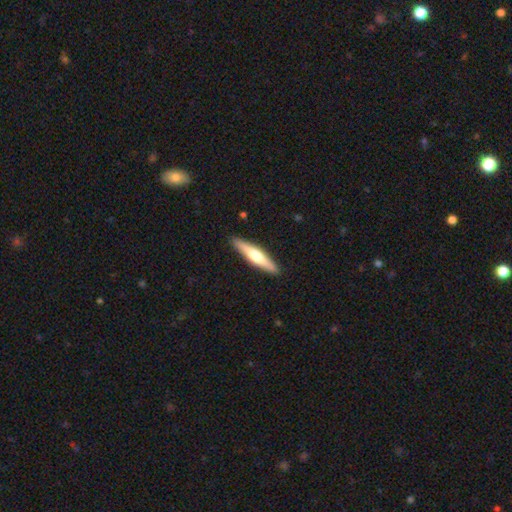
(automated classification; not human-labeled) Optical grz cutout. It shows a featured or disk galaxy (48%). Merging: none (91%).